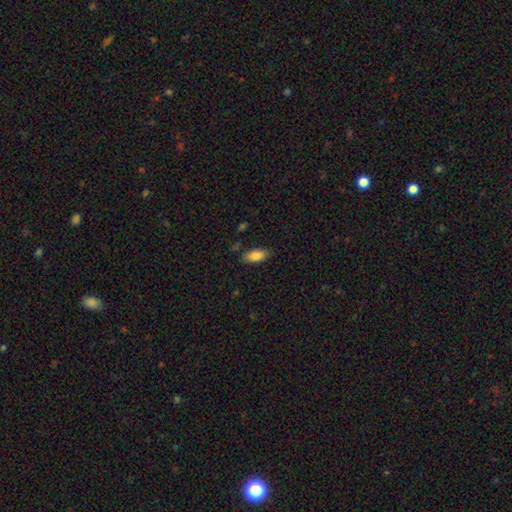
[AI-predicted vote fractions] smooth-or-featured: smooth: 83% | featured or disk: 10% | star or artifact: 7%
  how-rounded: in between: 84% | cigar-shaped: 14% | round: 2%
  merging: none: 83% | minor disturbance: 12% | major disturbance: 3% | merger: 2%